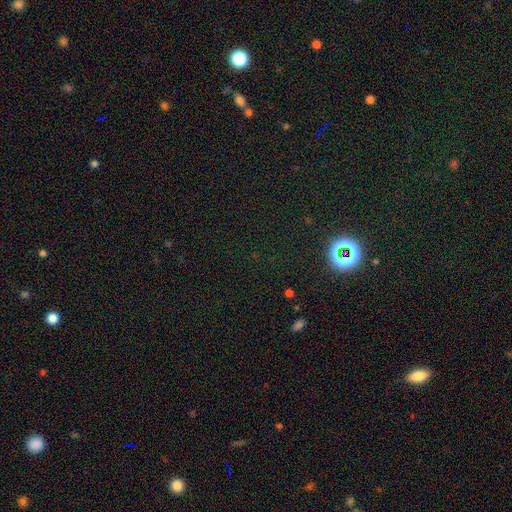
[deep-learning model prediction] A star or artifact, not a galaxy (82%).

Vote fractions:
- Smooth or featured? star or artifact: 82% / smooth: 11% / featured or disk: 7%